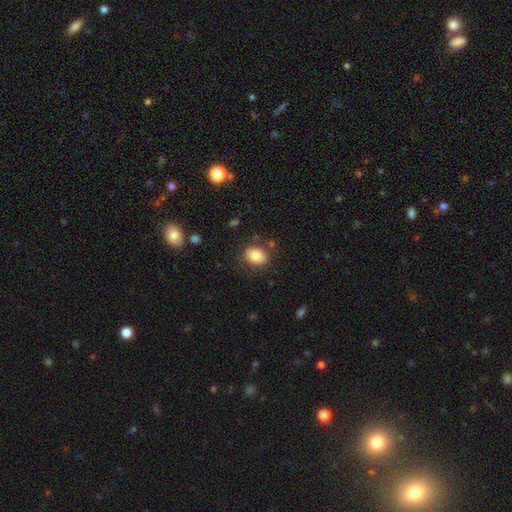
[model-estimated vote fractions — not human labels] smooth_or_featured: smooth (p=0.79) [alt: featured or disk p=0.13]
how_rounded: in between (p=0.57) [alt: round p=0.42]
merging: none (p=0.80) [alt: minor disturbance p=0.12]